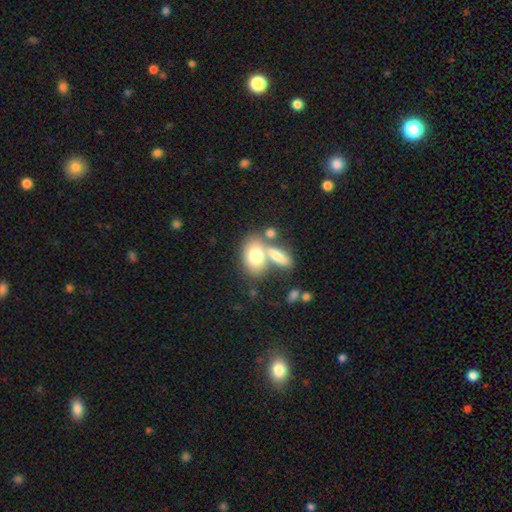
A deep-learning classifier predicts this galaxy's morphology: The model was most divided on "merging": none: 43%, merger: 42%, minor disturbance: 11%, major disturbance: 5%. More confident: how rounded — in between (82%); smooth or featured — smooth (72%).